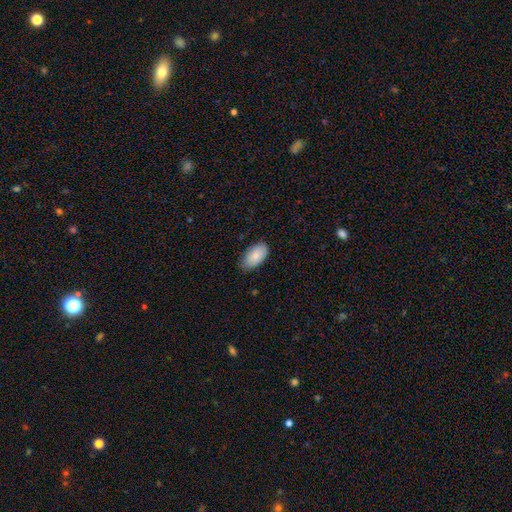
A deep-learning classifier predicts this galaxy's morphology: Smooth or featured?
  - smooth: 82% *
  - featured or disk: 12%
  - star or artifact: 6%
How rounded?
  - in between: 95% *
  - round: 4%
  - cigar-shaped: 2%
Merging?
  - none: 76% *
  - minor disturbance: 20%
  - major disturbance: 3%
  - merger: 1%